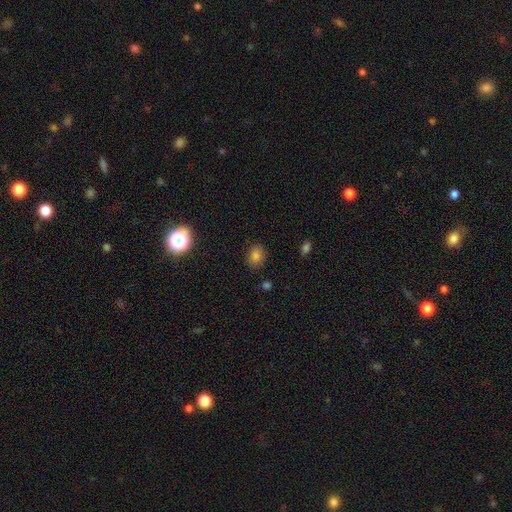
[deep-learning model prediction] The model was most divided on "how rounded": in between: 58%, round: 41%, cigar-shaped: 1%. More confident: merging — none (84%); smooth or featured — smooth (80%).